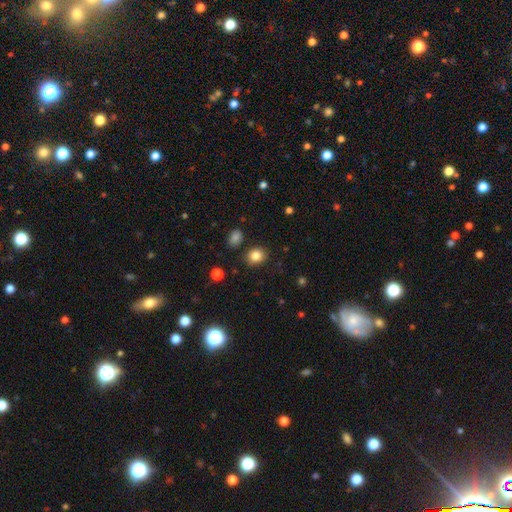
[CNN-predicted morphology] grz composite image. It shows a smooth galaxy with no disk features (84%) that is round (62%). Merging: none (86%).